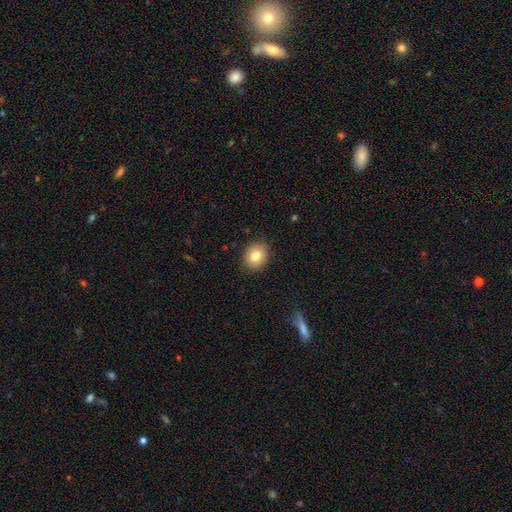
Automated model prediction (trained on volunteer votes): Smooth or featured? Predicted: smooth (p=0.80). How rounded? Predicted: round (p=0.59). Merging? Predicted: none (p=0.88).